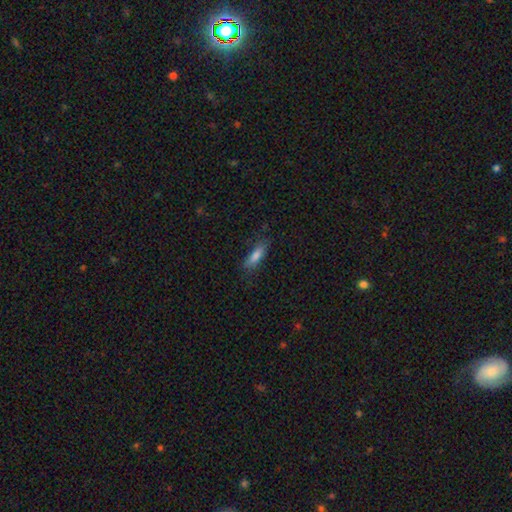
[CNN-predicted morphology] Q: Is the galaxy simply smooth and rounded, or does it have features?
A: smooth — 80%.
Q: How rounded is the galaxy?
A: cigar-shaped — 51%.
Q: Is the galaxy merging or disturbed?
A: none — 72%.